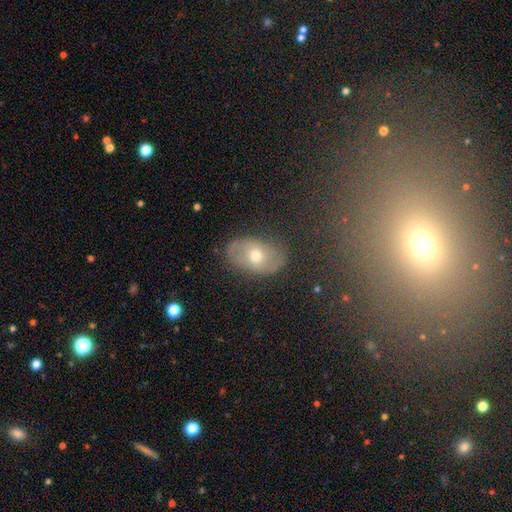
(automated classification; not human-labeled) This is possibly a featured or disk galaxy (51%). It is clearly not viewed edge-on (92%). Merging: likely none (80%).